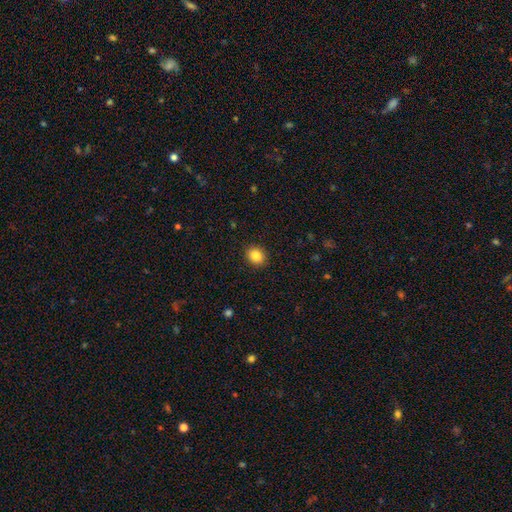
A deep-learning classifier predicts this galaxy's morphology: A smooth galaxy with no disk features (86%) that is round (61%).

Vote fractions:
- Smooth or featured? smooth: 86% / star or artifact: 10% / featured or disk: 5%
- How rounded? round: 61% / in between: 38% / cigar-shaped: 1%
- Merging? none: 90% / minor disturbance: 7% / major disturbance: 2% / merger: 1%